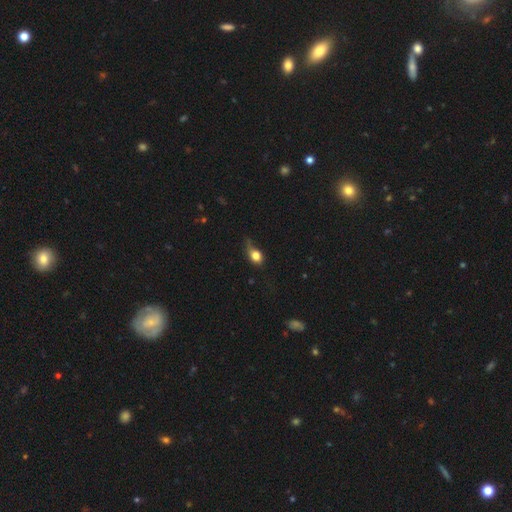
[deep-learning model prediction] This is likely a smooth galaxy (78%). How rounded: possibly in between (57%). Merging: marginally none (37%).